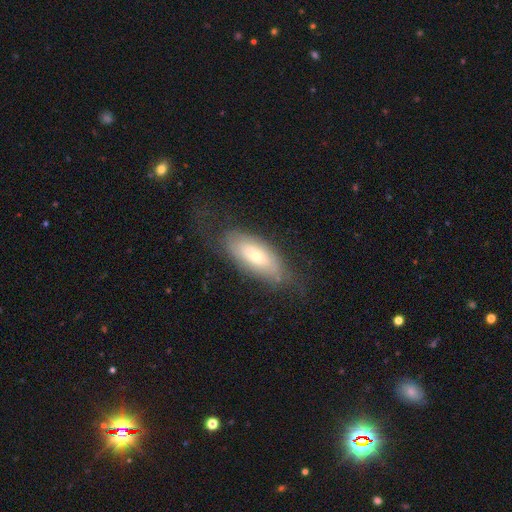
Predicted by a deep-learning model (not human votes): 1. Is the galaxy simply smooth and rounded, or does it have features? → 50% smooth, 43% featured or disk, 7% star or artifact.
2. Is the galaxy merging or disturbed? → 63% none, 23% minor disturbance, 12% major disturbance, 2% merger.